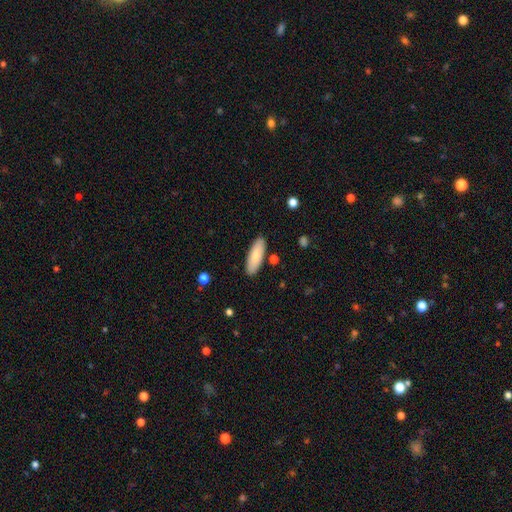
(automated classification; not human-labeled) A smooth galaxy with no disk features (80%) that is in between round and cigar-shaped (66%).

Vote fractions:
- Smooth or featured? smooth: 80% / featured or disk: 14% / star or artifact: 6%
- How rounded? in between: 66% / cigar-shaped: 32% / round: 2%
- Merging? none: 87% / minor disturbance: 9% / merger: 2% / major disturbance: 2%